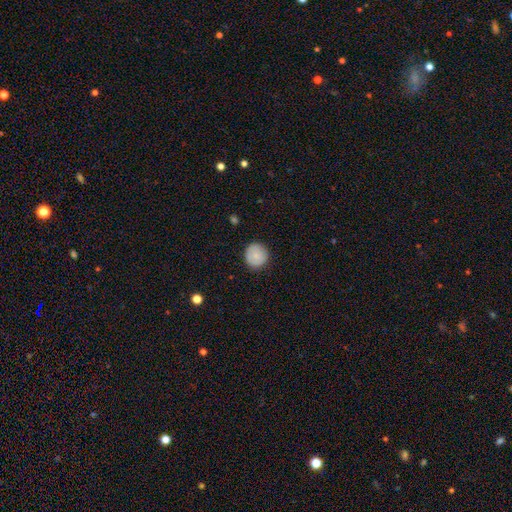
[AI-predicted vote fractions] smooth-or-featured: smooth: 78% | featured or disk: 15% | star or artifact: 7%
  how-rounded: round: 92% | in between: 7% | cigar-shaped: 1%
  merging: none: 87% | minor disturbance: 10% | major disturbance: 2% | merger: 1%